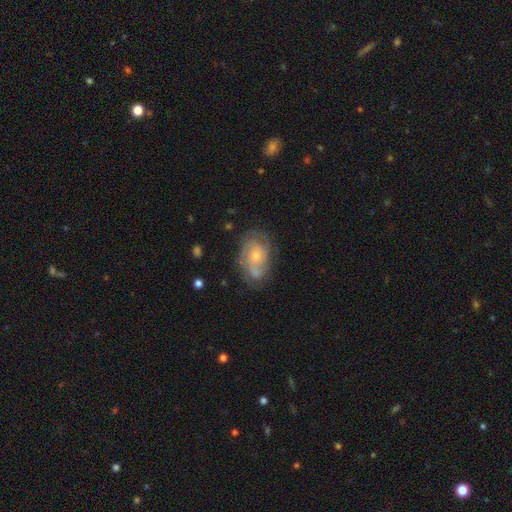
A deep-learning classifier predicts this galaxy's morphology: Overall: featured or disk (72%). Edge-on disk: no (96%). Bar: no (75%). Spiral arms: yes (87%). Spiral arm count: 2 (38%; can't tell 34%). Spiral winding: tight (51%; medium 37%). Bulge size: small (59%; moderate 36%). Merging: none (66%).